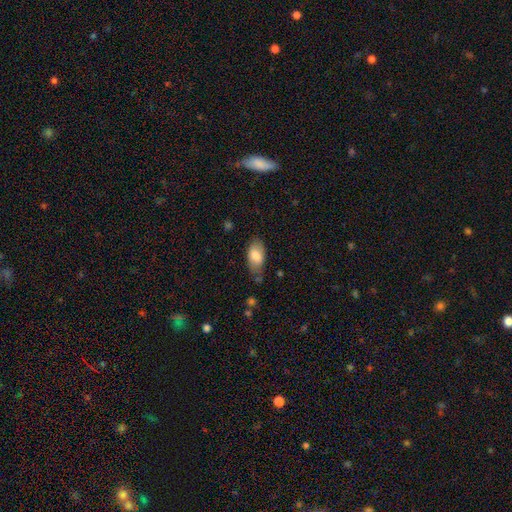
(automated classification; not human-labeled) Morphology: type=smooth (79%); roundness=in between (91%); merging=none (64%).